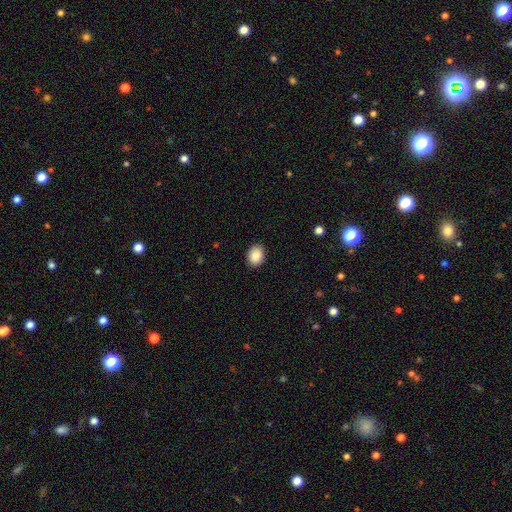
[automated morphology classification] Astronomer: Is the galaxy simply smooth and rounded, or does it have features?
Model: smooth — 87%.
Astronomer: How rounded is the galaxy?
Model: in between — 60% (runner-up: round, 39%).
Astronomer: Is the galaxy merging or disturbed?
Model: none — 89%.